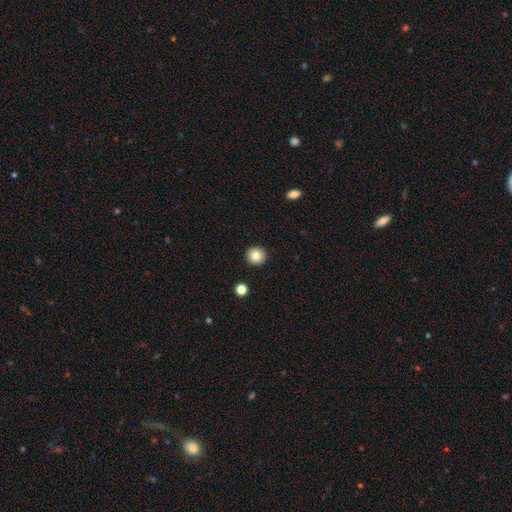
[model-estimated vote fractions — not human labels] A smooth galaxy with no disk features (83%) that is round (95%).

Vote fractions:
- Smooth or featured? smooth: 83% / star or artifact: 9% / featured or disk: 7%
- How rounded? round: 95% / in between: 4% / cigar-shaped: 1%
- Merging? none: 93% / minor disturbance: 5% / major disturbance: 1% / merger: 1%